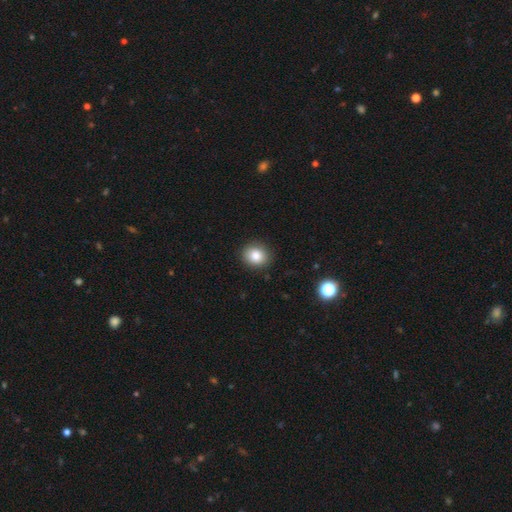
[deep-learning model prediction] smooth_or_featured: smooth (p=0.84) [alt: star or artifact p=0.10]
how_rounded: round (p=0.70) [alt: in between p=0.29]
merging: none (p=0.89) [alt: minor disturbance p=0.08]